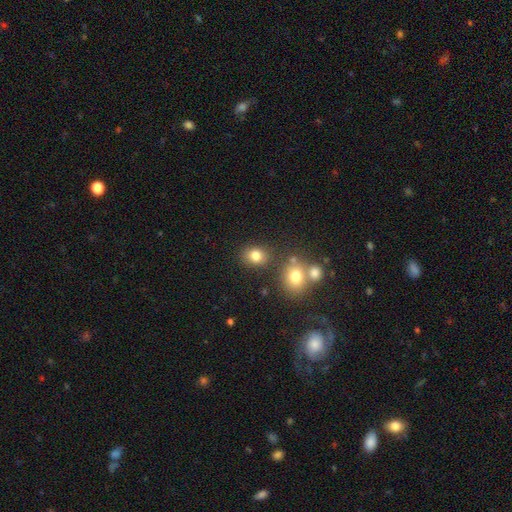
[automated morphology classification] The model was most divided on "how rounded": round: 55%, in between: 44%, cigar-shaped: 1%. More confident: smooth or featured — smooth (80%); merging — none (75%).